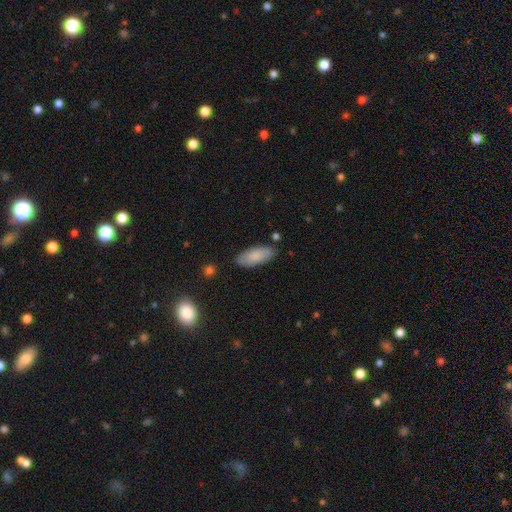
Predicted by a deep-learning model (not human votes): smooth_or_featured: smooth (p=0.85) [alt: featured or disk p=0.10]
how_rounded: in between (p=0.82) [alt: cigar-shaped p=0.16]
merging: none (p=0.84) [alt: minor disturbance p=0.12]